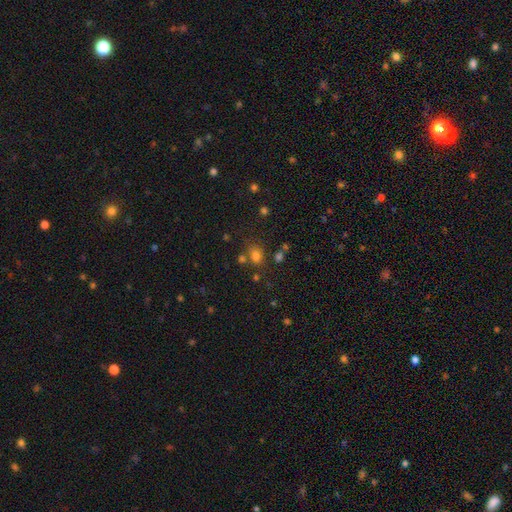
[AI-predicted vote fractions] Morphology: type=smooth (73%); roundness=in between (63%); merging=none (65%).